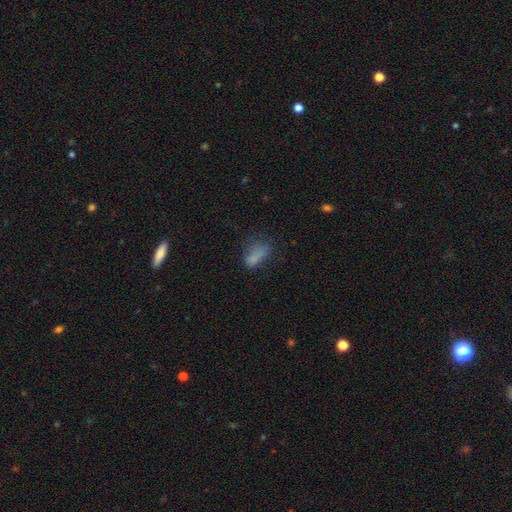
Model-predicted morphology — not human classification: A smooth galaxy with no disk features (70%) that is in between round and cigar-shaped (81%).

Vote fractions:
- Smooth or featured? smooth: 70% / featured or disk: 16% / star or artifact: 14%
- How rounded? in between: 81% / cigar-shaped: 12% / round: 7%
- Merging? none: 36% / major disturbance: 30% / minor disturbance: 27% / merger: 7%